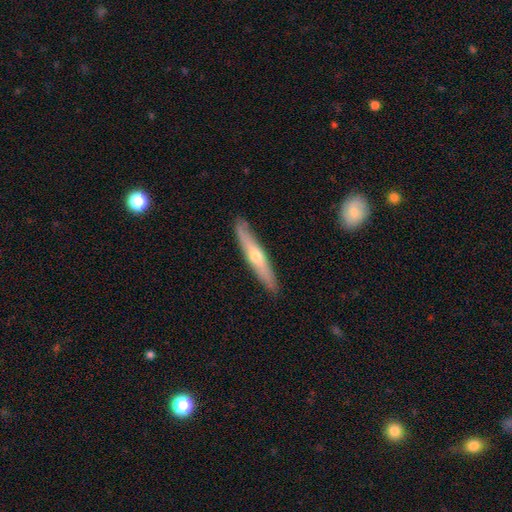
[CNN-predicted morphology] Smooth or featured: featured or disk — 57% (smooth — 38%)
Edge-on disk: yes — 89% (no — 11%)
Edge-on bulge: rounded — 82% (none — 16%)
Merging: none — 88% (minor disturbance — 9%)